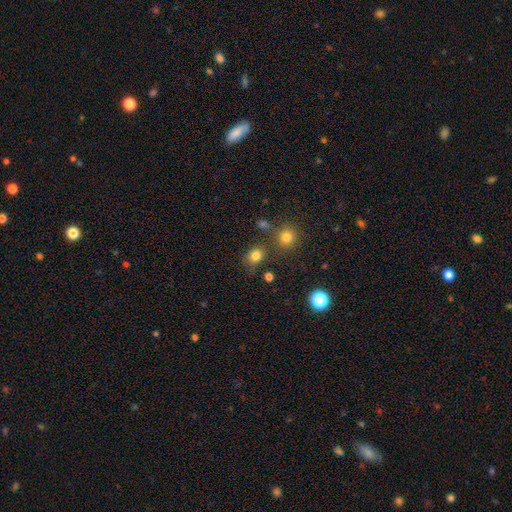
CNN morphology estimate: type=smooth (80%); roundness=round (60%); merging=none (71%).